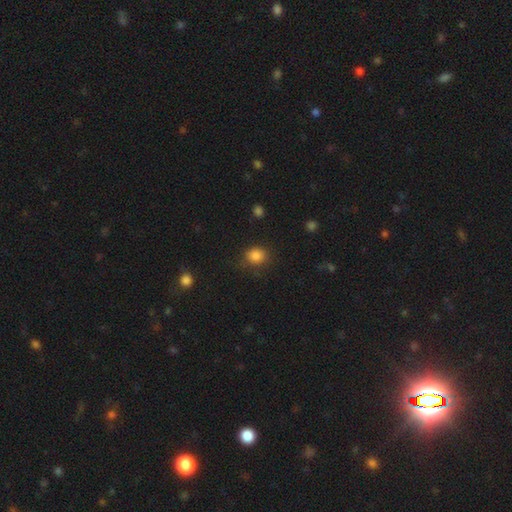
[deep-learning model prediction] A smooth galaxy with no disk features (85%) that is round (69%). Merging: none (79%).